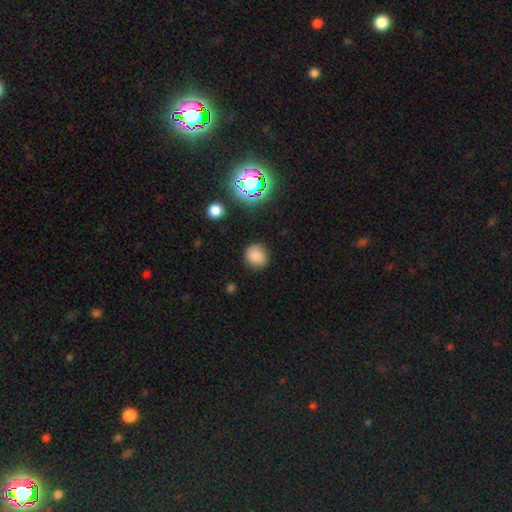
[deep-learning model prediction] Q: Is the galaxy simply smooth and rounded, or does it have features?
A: smooth — 81%.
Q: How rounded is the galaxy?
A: round — 85%.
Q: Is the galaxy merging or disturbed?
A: none — 86%.